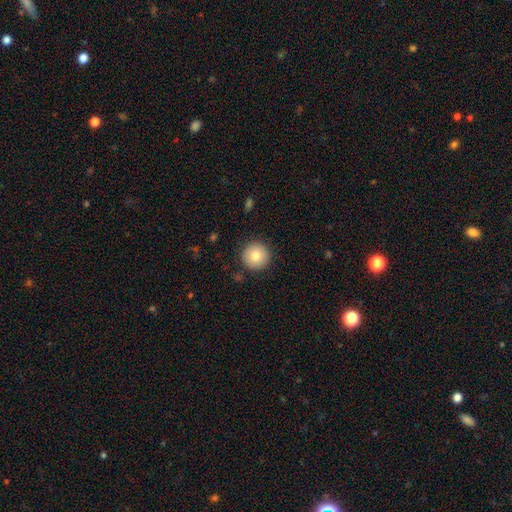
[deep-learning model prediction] A smooth galaxy with no disk features (82%) that is round (96%). Merging: none (90%).